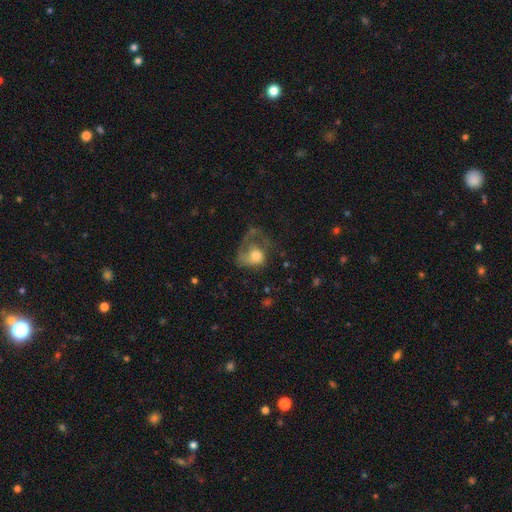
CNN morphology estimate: Overall: smooth (47%; featured or disk 45%). Merging: major disturbance (60%).